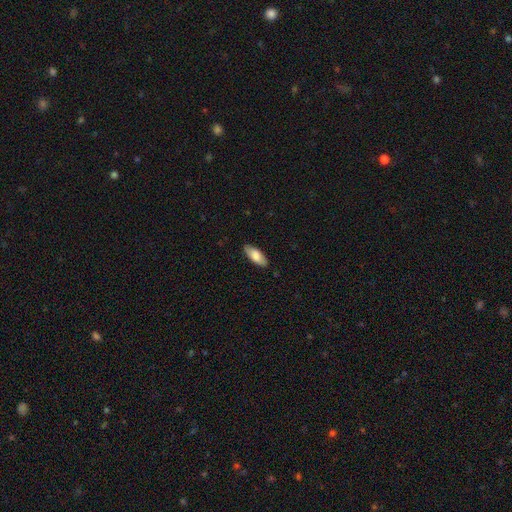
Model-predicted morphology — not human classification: This is likely a smooth galaxy (79%). How rounded: likely in between (80%). Merging: clearly none (85%).